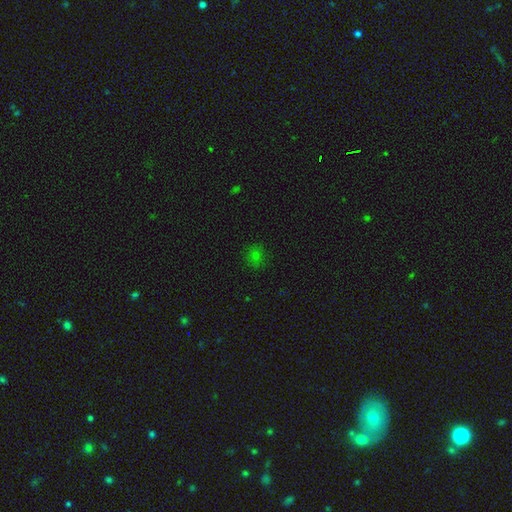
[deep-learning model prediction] smooth_or_featured: smooth (p=0.60) [alt: star or artifact p=0.31]
how_rounded: round (p=0.82) [alt: in between p=0.17]
merging: none (p=0.86) [alt: minor disturbance p=0.10]